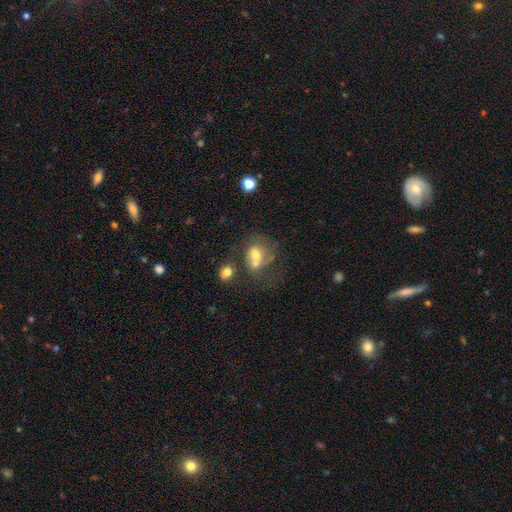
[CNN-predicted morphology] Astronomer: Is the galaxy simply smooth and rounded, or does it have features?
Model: smooth — 59%.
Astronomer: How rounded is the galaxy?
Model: round — 59% (runner-up: in between, 40%).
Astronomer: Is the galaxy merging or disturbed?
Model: merger — 46% (runner-up: none, 26%).